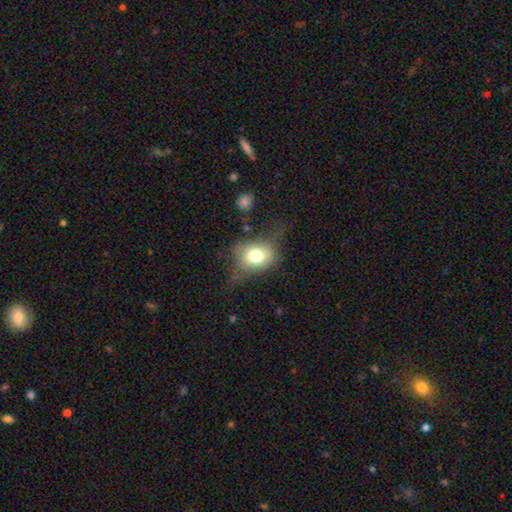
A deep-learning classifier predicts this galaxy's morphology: A smooth galaxy with no disk features (63%) that is in between round and cigar-shaped (57%).

Vote fractions:
- Smooth or featured? smooth: 63% / featured or disk: 27% / star or artifact: 10%
- How rounded? in between: 57% / round: 41% / cigar-shaped: 2%
- Merging? none: 47% / minor disturbance: 28% / major disturbance: 22% / merger: 3%